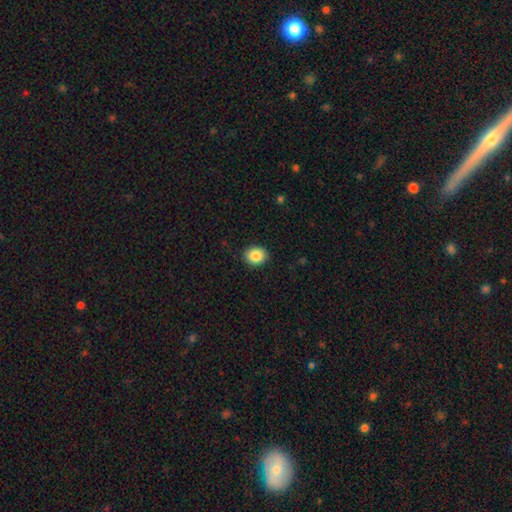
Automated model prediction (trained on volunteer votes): Overall: smooth (87%). How rounded: round (65%; in between 34%). Merging: none (89%).